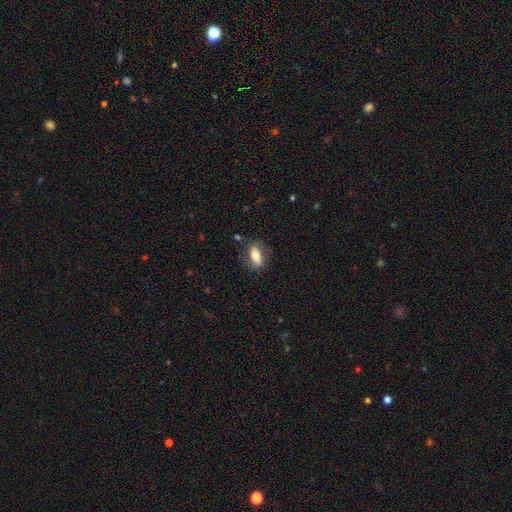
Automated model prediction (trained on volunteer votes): The model was most divided on "smooth or featured": smooth: 65%, featured or disk: 28%, star or artifact: 7%. More confident: merging — none (77%); how rounded — in between (76%).